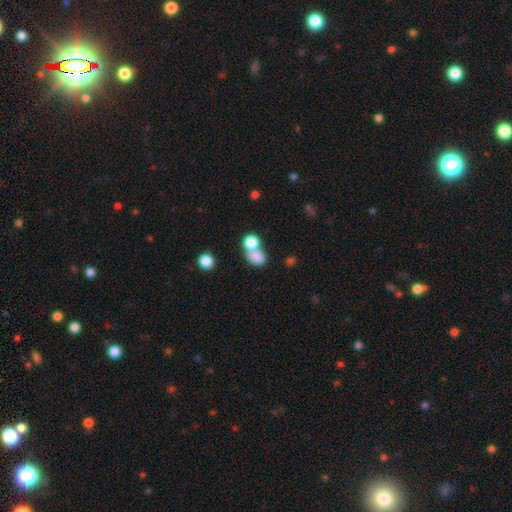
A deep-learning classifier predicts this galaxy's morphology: This appears to be a smooth galaxy with no disk features (80%) that is in between round and cigar-shaped (55%). Merging: merger (56%).